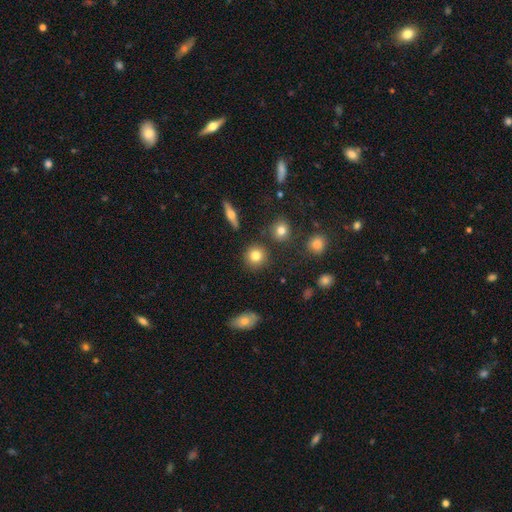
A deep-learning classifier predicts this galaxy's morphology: Smooth or featured: smooth — 80% (star or artifact — 11%)
How rounded: round — 90% (in between — 8%)
Merging: none — 87% (minor disturbance — 7%)